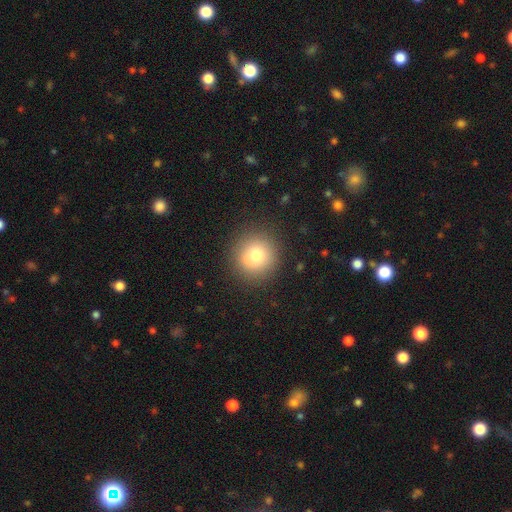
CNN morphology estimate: Q: Smooth or featured?
A: smooth (80%); runner-up: star or artifact (11%)
Q: How rounded?
A: round (94%); runner-up: in between (5%)
Q: Merging?
A: none (89%); runner-up: minor disturbance (7%)